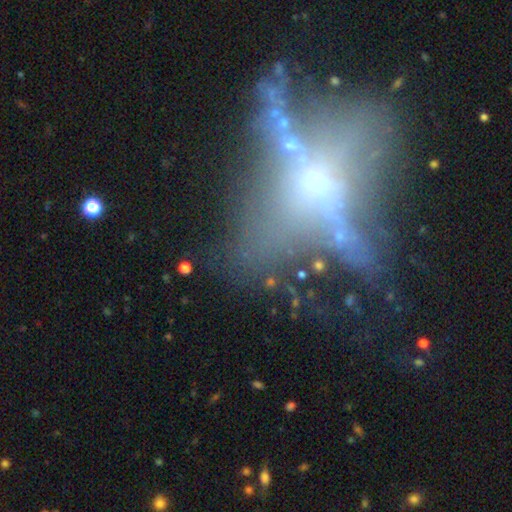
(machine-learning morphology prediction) The model was most divided on "edge-on disk": no: 52%, yes: 48%. Remaining: smooth or featured — featured or disk (60%); merging — none (44%).